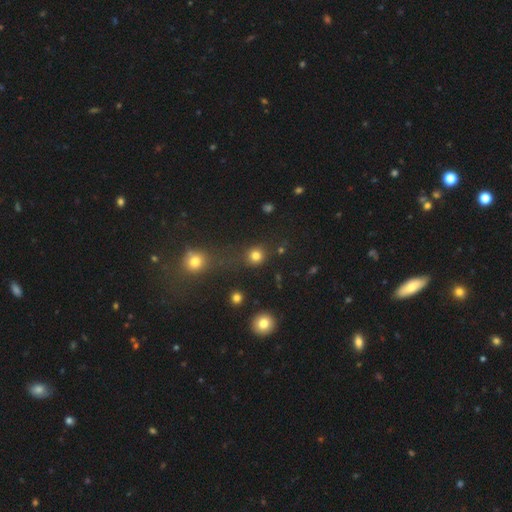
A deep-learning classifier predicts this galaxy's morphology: Smooth or featured?
  - smooth: 80% *
  - star or artifact: 15%
  - featured or disk: 5%
How rounded?
  - round: 89% *
  - in between: 10%
  - cigar-shaped: 1%
Merging?
  - none: 75% *
  - merger: 10%
  - minor disturbance: 9%
  - major disturbance: 5%